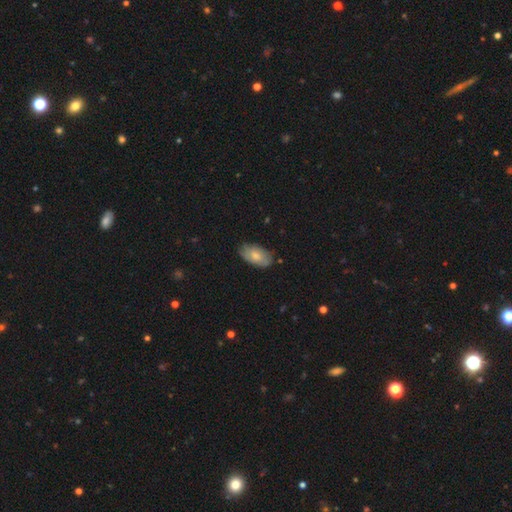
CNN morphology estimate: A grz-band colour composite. It shows a smooth galaxy with no disk features (73%) that is in between round and cigar-shaped (94%). Merging: none (76%).